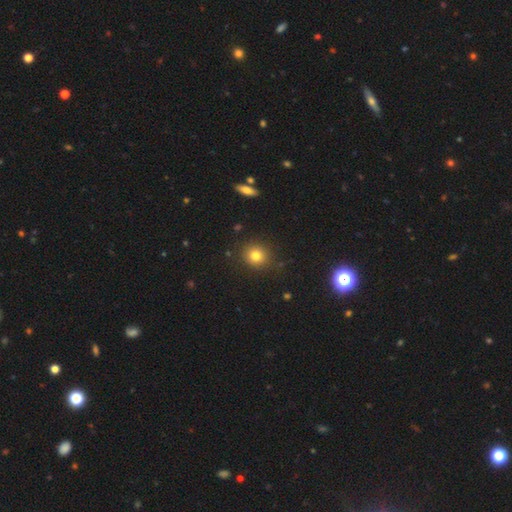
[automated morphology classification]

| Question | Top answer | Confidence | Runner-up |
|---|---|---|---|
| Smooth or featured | smooth | 80% | star or artifact (13%) |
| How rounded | round | 88% | in between (11%) |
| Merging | none | 88% | minor disturbance (8%) |